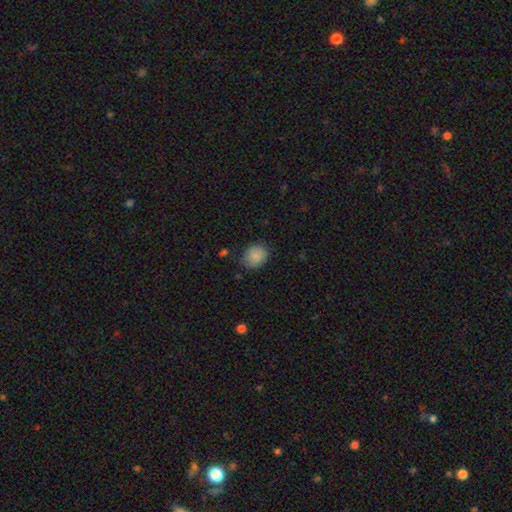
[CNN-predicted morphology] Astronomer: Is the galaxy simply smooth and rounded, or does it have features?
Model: smooth — 86%.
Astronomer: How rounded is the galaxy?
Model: round — 65%.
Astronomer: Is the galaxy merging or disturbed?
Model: none — 76%.